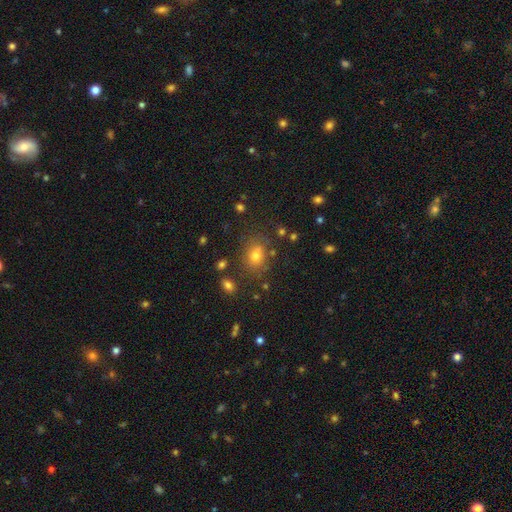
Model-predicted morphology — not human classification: smooth_or_featured: smooth (p=0.72) [alt: star or artifact p=0.17]
how_rounded: in between (p=0.53) [alt: round p=0.46]
merging: none (p=0.75) [alt: minor disturbance p=0.14]